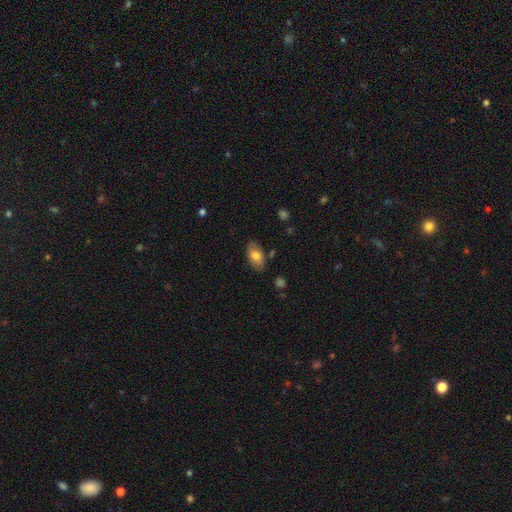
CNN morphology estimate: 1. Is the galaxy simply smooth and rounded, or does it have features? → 75% smooth, 19% featured or disk, 7% star or artifact.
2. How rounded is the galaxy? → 93% in between, 5% round, 2% cigar-shaped.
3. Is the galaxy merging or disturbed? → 81% none, 14% minor disturbance, 3% major disturbance, 3% merger.